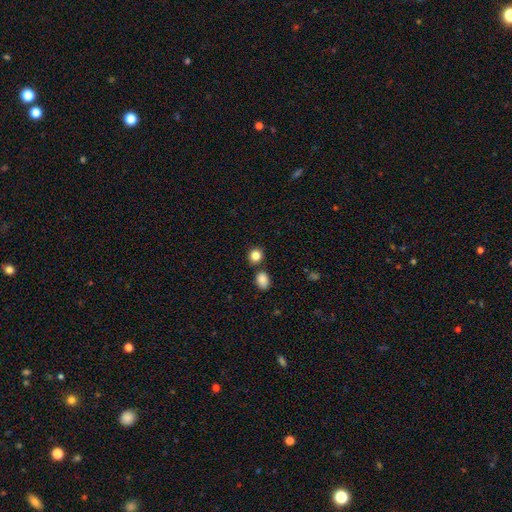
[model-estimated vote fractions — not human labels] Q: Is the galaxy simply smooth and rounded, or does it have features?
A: smooth — 85%.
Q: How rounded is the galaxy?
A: round — 80%.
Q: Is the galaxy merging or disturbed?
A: none — 77%.